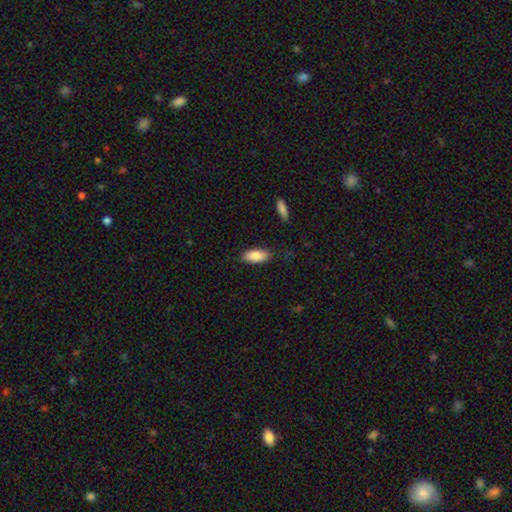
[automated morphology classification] This appears to be a smooth galaxy with no disk features (86%) that is in between round and cigar-shaped (87%). Merging: none (84%).